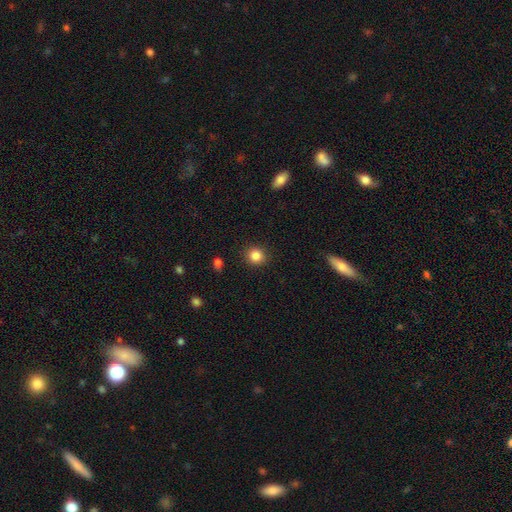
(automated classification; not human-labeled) The model was most divided on "smooth or featured": smooth: 84%, star or artifact: 11%, featured or disk: 5%. More confident: merging — none (91%); how rounded — round (89%).